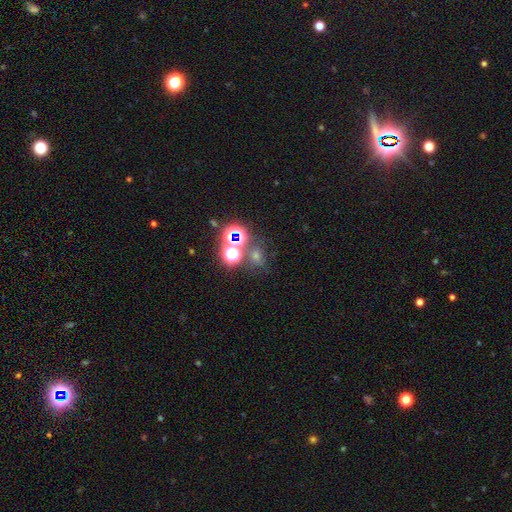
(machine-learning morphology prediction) Smooth or featured? Predicted: star or artifact (p=0.61).